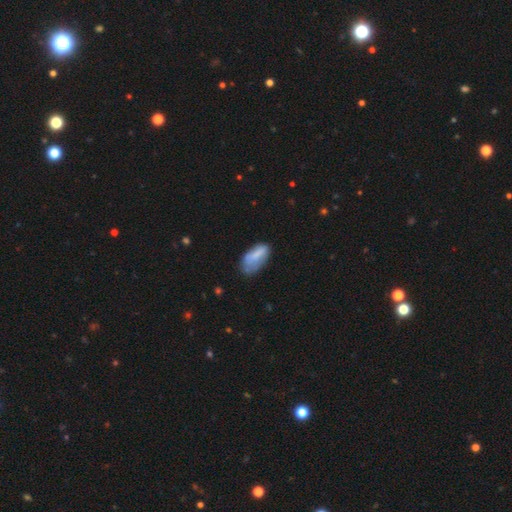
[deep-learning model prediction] The model was most divided on "merging": none: 47%, minor disturbance: 33%, major disturbance: 15%, merger: 4%. More confident: how rounded — in between (89%); smooth or featured — smooth (71%).